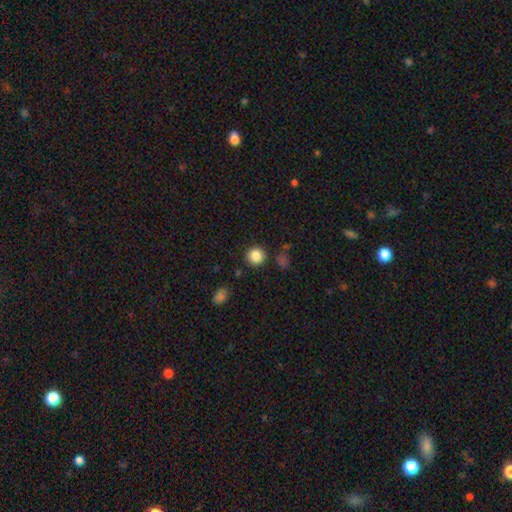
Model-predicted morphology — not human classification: type=smooth (86%); roundness=round (94%); merging=none (87%).